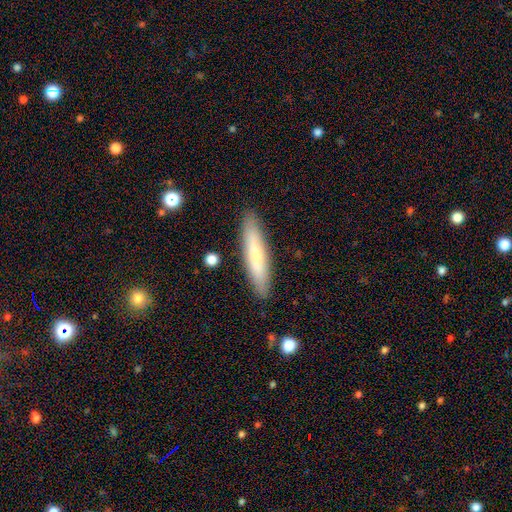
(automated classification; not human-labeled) smooth 67%, featured or disk 27%, star or artifact 6%. Down the decision tree: how rounded — cigar-shaped (85%); merging — none (89%).